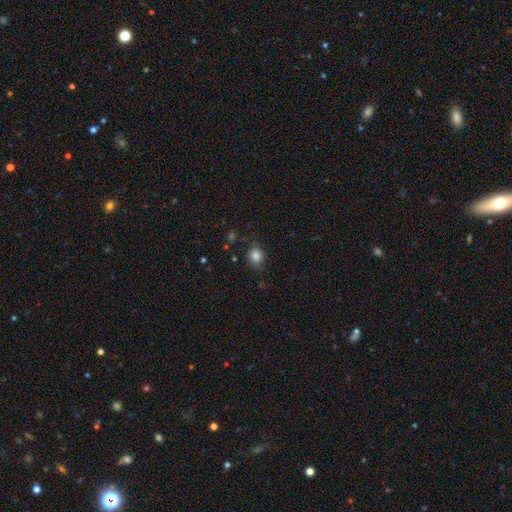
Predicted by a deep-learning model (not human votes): This appears to be a smooth galaxy with no disk features (83%) that is round (61%). Merging: none (79%).